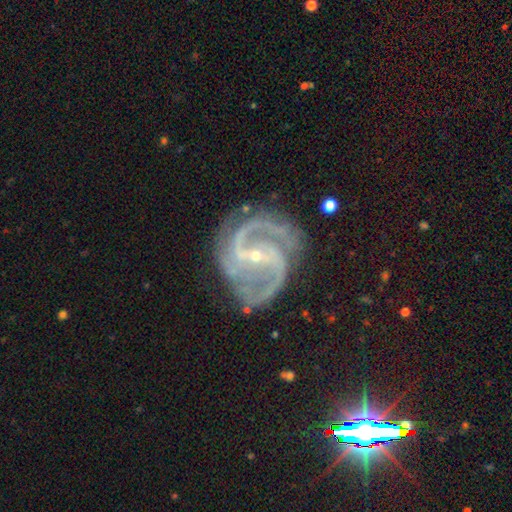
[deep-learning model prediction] Smooth or featured: featured or disk — 93% (star or artifact — 5%)
Edge-on disk: no — 98% (yes — 2%)
Bar: strong — 50% (weak — 33%)
Spiral arms: yes — 98% (no — 2%)
Spiral winding: medium — 59% (tight — 28%)
Spiral arm count: 2 — 74% (3 — 12%)
Bulge size: small — 82% (moderate — 15%)
Merging: none — 69% (minor disturbance — 19%)